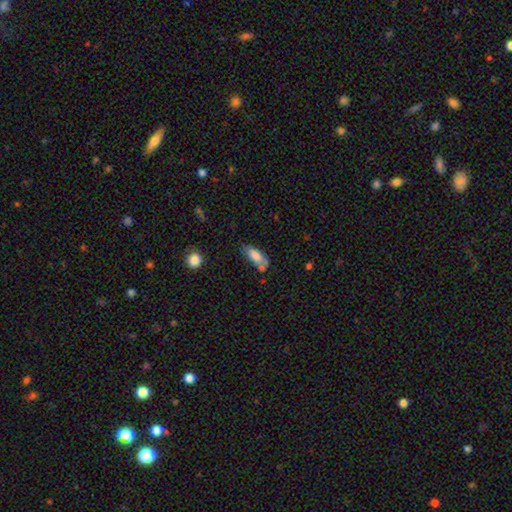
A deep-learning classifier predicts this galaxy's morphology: type=smooth (74%); roundness=in between (82%); merging=none (47%).